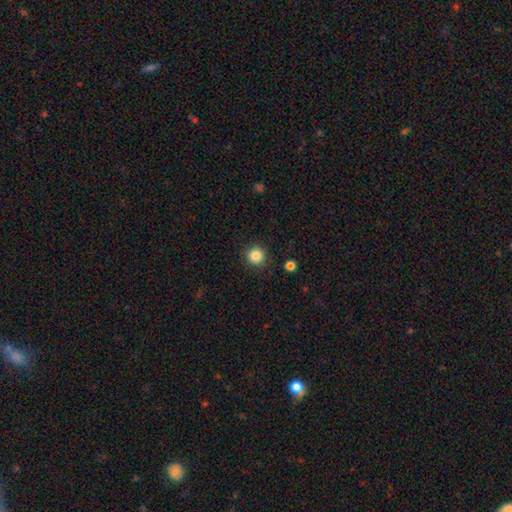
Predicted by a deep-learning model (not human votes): smooth 84%, star or artifact 11%, featured or disk 5%. Down the decision tree: how rounded — round (95%); merging — none (91%).